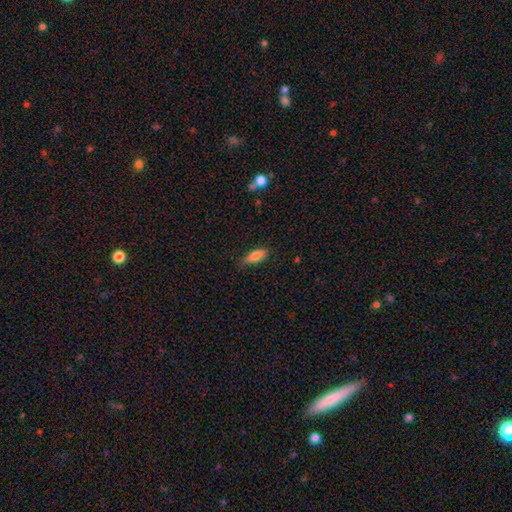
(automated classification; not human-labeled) smooth_or_featured: smooth (p=0.80) [alt: featured or disk p=0.13]
how_rounded: in between (p=0.64) [alt: cigar-shaped p=0.33]
merging: none (p=0.72) [alt: minor disturbance p=0.22]